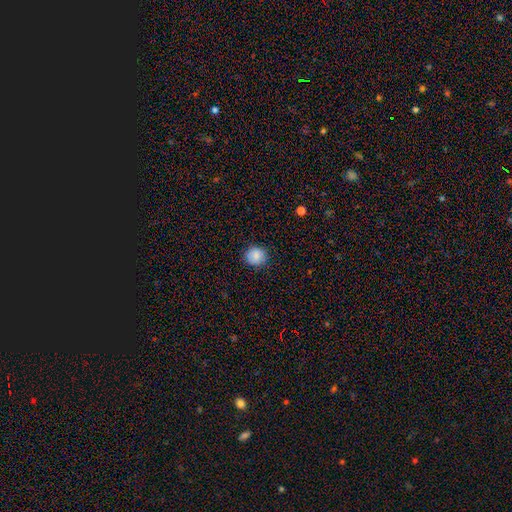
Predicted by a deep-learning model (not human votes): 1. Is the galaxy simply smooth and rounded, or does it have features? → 86% smooth, 9% star or artifact, 5% featured or disk.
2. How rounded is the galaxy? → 88% round, 11% in between, 1% cigar-shaped.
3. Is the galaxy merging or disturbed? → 87% none, 10% minor disturbance, 2% major disturbance, 1% merger.